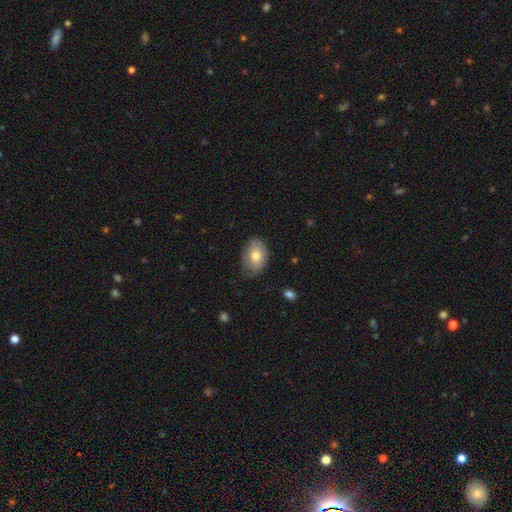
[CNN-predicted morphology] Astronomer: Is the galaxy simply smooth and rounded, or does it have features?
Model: smooth — 70%.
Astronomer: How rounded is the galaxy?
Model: in between — 84%.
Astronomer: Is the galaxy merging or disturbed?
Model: none — 68%.